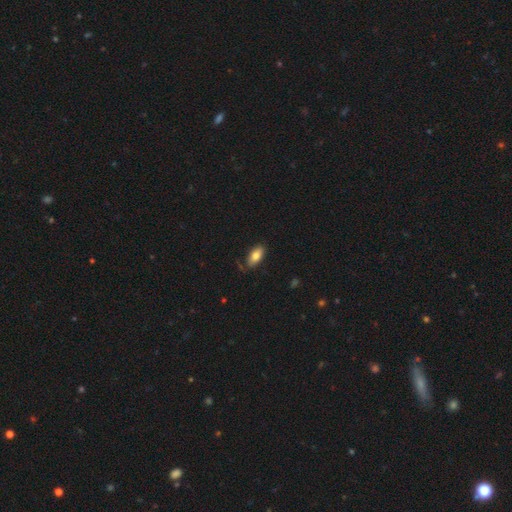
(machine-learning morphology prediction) Smooth or featured? smooth (80%)
How rounded? in between (92%)
Merging? none (76%)